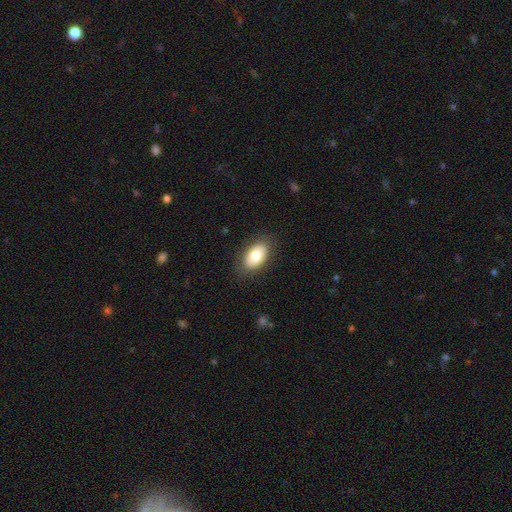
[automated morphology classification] smooth 76%, featured or disk 17%, star or artifact 7%. Down the decision tree: how rounded — in between (92%); merging — none (84%).